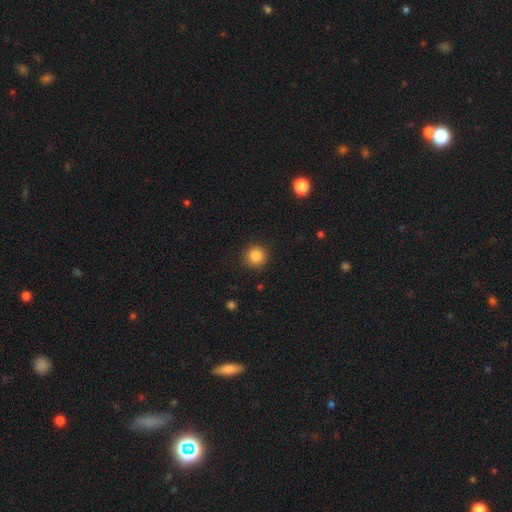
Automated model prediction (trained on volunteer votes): smooth_or_featured: smooth (p=0.87) [alt: star or artifact p=0.10]
how_rounded: round (p=0.94) [alt: in between p=0.05]
merging: none (p=0.90) [alt: minor disturbance p=0.07]